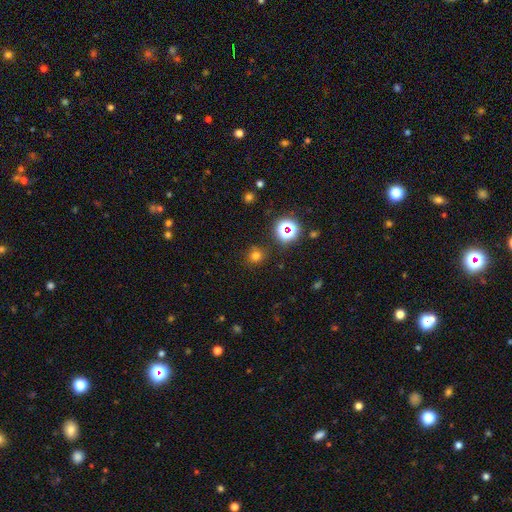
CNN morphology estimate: smooth-or-featured: smooth: 69% | star or artifact: 25% | featured or disk: 6%
  how-rounded: round: 88% | in between: 11% | cigar-shaped: 1%
  merging: none: 85% | minor disturbance: 8% | major disturbance: 3% | merger: 3%